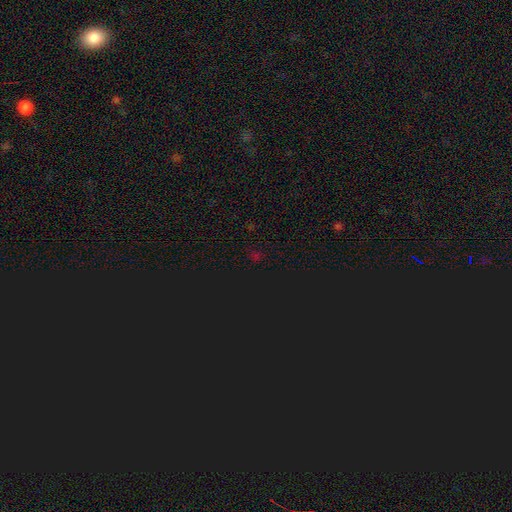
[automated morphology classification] Q: Smooth or featured?
A: star or artifact (70%); runner-up: smooth (23%)